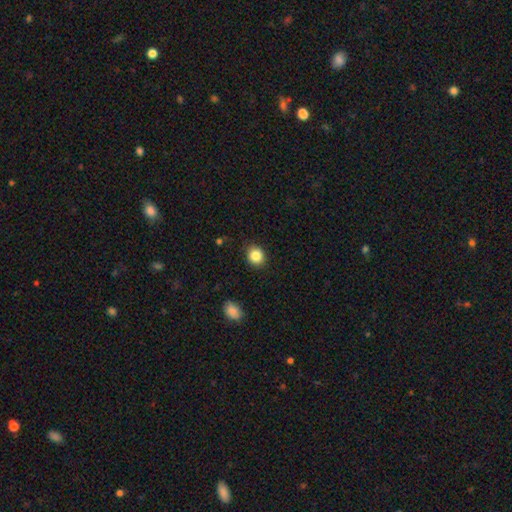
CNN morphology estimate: This appears to be a smooth galaxy with no disk features (85%) that is round (80%). Merging: none (89%).